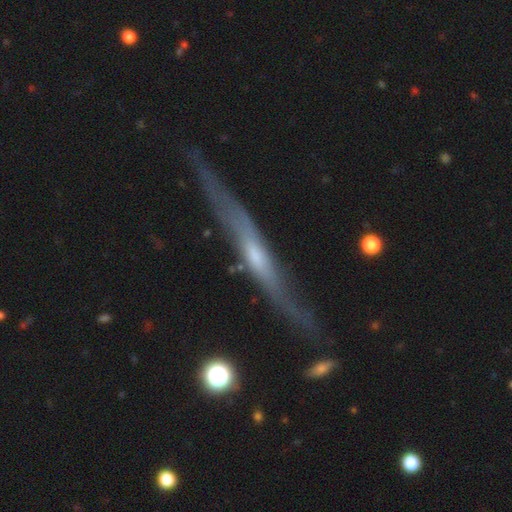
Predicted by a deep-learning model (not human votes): smooth-or-featured: featured or disk: 70% | smooth: 22% | star or artifact: 8%
  disk-edge-on: yes: 80% | no: 20%
    edge-on-bulge: rounded: 45% | none: 36% | boxy: 18%
  merging: none: 63% | minor disturbance: 21% | major disturbance: 11% | merger: 5%